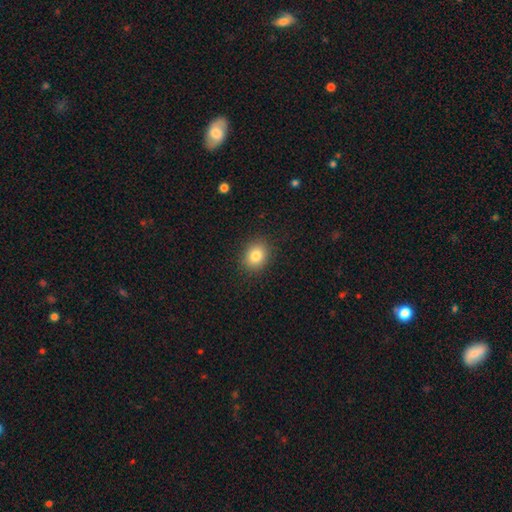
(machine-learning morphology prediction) smooth-or-featured: smooth: 83% | star or artifact: 10% | featured or disk: 7%
  how-rounded: round: 54% | in between: 45% | cigar-shaped: 1%
  merging: none: 88% | minor disturbance: 8% | major disturbance: 3% | merger: 1%